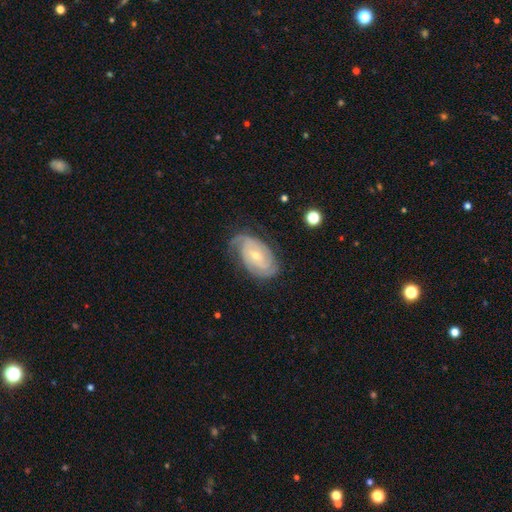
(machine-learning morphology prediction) Smooth or featured: featured or disk — 85% (smooth — 9%)
Edge-on disk: no — 96% (yes — 4%)
Bar: no — 47% (weak — 40%)
Spiral arms: yes — 96% (no — 4%)
Spiral winding: tight — 66% (medium — 27%)
Spiral arm count: 2 — 49% (can't tell — 21%)
Bulge size: small — 60% (moderate — 37%)
Merging: none — 70% (minor disturbance — 20%)